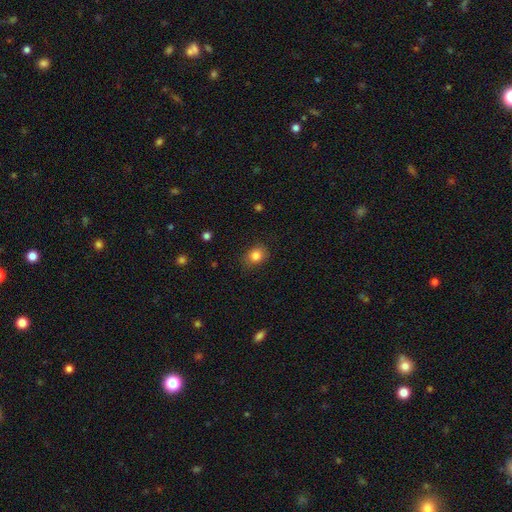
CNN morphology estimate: A smooth galaxy with no disk features (84%) that is round (51%).

Vote fractions:
- Smooth or featured? smooth: 84% / star or artifact: 10% / featured or disk: 6%
- How rounded? round: 51% / in between: 48% / cigar-shaped: 1%
- Merging? none: 80% / minor disturbance: 15% / major disturbance: 4% / merger: 1%